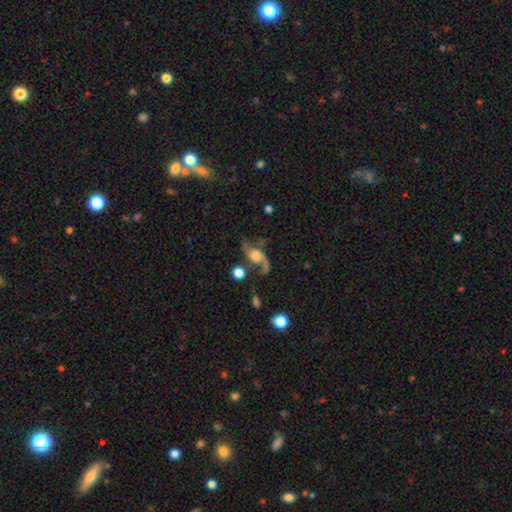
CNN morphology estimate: A featured or disk galaxy (85%) with no bar (62%), 2 (91%) loose (72%) spiral arms (96%) and a large central bulge (34%).

Vote fractions:
- Smooth or featured? featured or disk: 85% / smooth: 8% / star or artifact: 7%
- Edge-on disk? no: 96% / yes: 4%
- Bar? no: 62% / weak: 31% / strong: 7%
- Spiral arms? yes: 96% / no: 4%
- Spiral winding? loose: 72% / medium: 23% / tight: 5%
- Spiral arm count? 2: 91% / 1: 4% / can't tell: 2% / 3: 1% / 4: 1% / more than 4: 1%
- Bulge size? large: 34% / moderate: 24% / none: 22% / small: 14% / dominant: 6%
- Merging? none: 63% / minor disturbance: 17% / major disturbance: 13% / merger: 6%